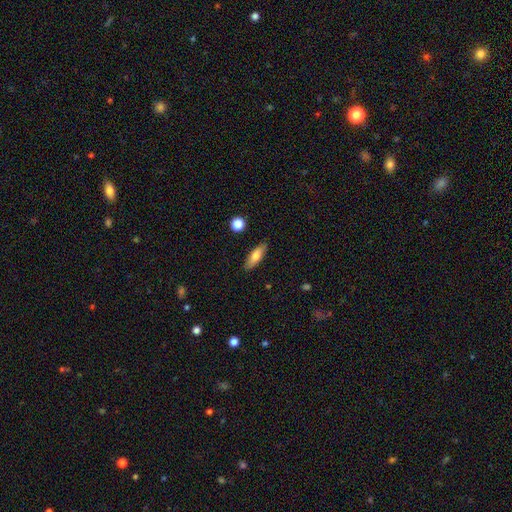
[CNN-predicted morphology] A smooth galaxy with no disk features (73%) that is in between round and cigar-shaped (55%). Merging: none (85%).